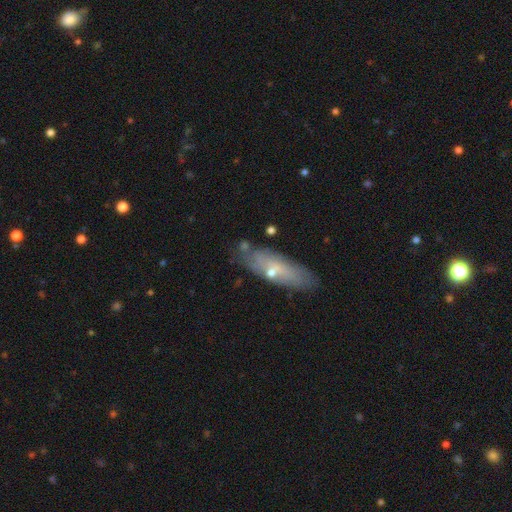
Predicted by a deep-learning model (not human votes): Q: Smooth or featured?
A: featured or disk (51%); runner-up: smooth (40%)
Q: Edge-on disk?
A: no (64%); runner-up: yes (36%)
Q: Merging?
A: none (74%); runner-up: minor disturbance (18%)